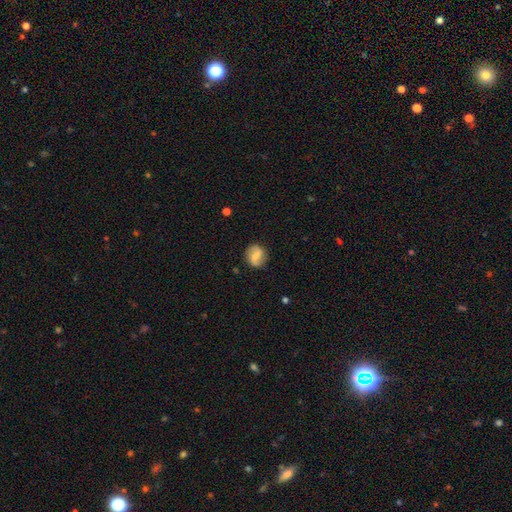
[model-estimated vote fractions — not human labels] featured or disk 55%, smooth 37%, star or artifact 8%. Down the decision tree: edge-on disk — no (97%); bar — weak (44%); spiral arms — yes (88%); bulge size — small (40%); merging — none (83%).